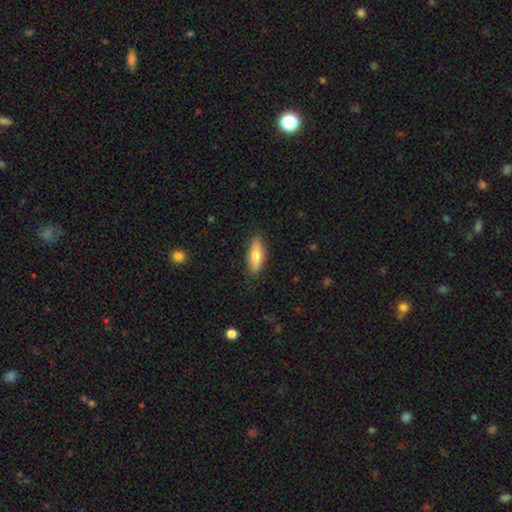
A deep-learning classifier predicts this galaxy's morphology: Overall: smooth (67%; featured or disk 27%). How rounded: in between (52%; cigar-shaped 46%). Merging: none (83%).